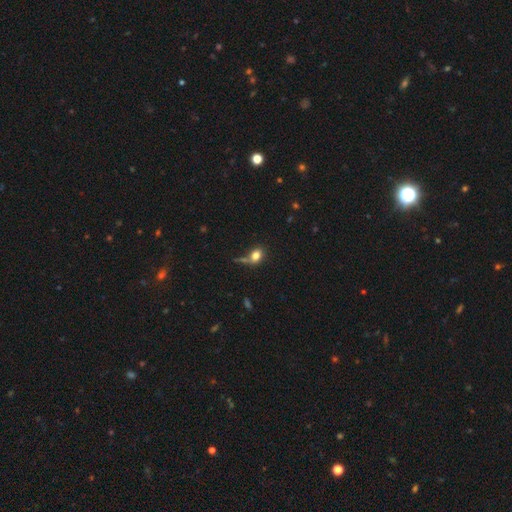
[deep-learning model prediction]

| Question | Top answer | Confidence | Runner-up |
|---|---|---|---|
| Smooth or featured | smooth | 78% | featured or disk (11%) |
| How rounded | in between | 59% | round (39%) |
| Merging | none | 45% | minor disturbance (20%) |